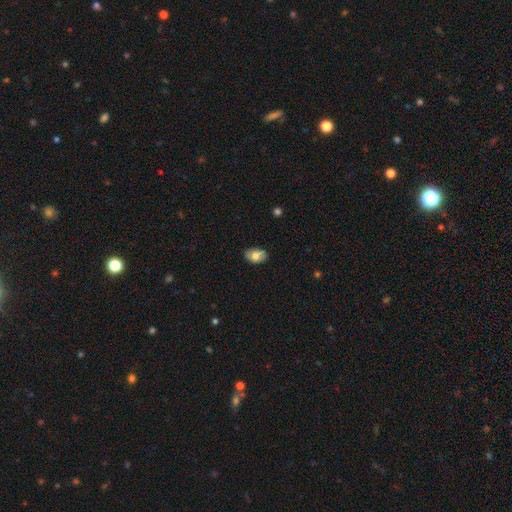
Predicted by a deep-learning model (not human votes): Smooth or featured: smooth — 73% (featured or disk — 20%)
How rounded: in between — 88% (round — 10%)
Merging: none — 84% (minor disturbance — 12%)